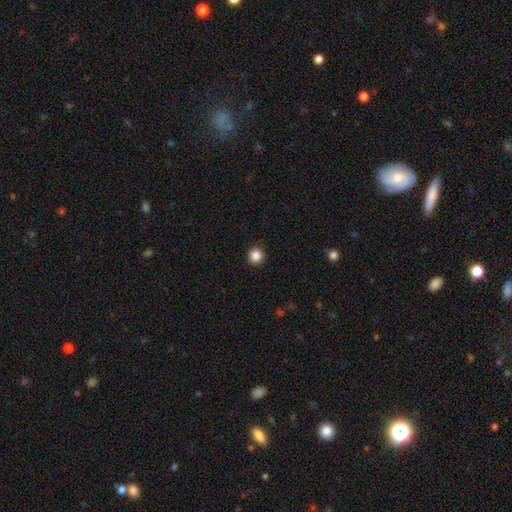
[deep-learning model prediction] smooth 86%, star or artifact 11%, featured or disk 3%. Down the decision tree: how rounded — round (93%); merging — none (93%).